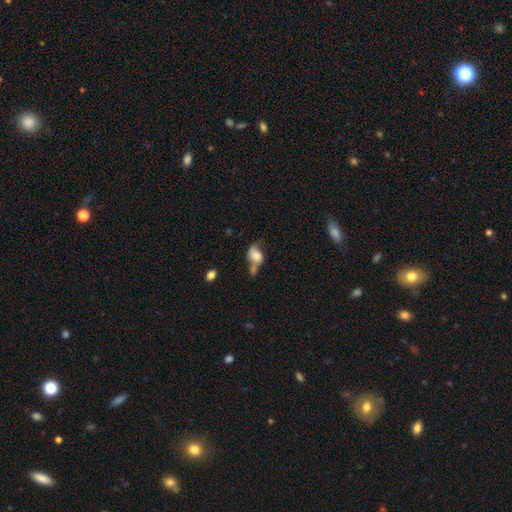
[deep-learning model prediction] smooth 65%, featured or disk 26%, star or artifact 10%. Down the decision tree: how rounded — in between (76%); merging — merger (38%).